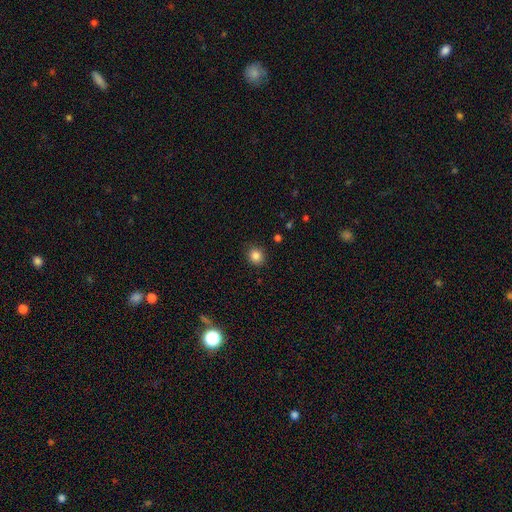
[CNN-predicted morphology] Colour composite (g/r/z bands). It shows a smooth galaxy with no disk features (84%) that is round (83%). Merging: none (90%).